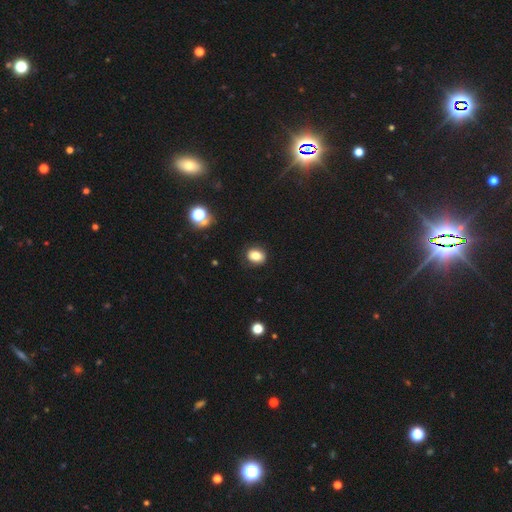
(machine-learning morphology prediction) This appears to be a smooth galaxy with no disk features (79%) that is in between round and cigar-shaped (53%). Merging: none (85%).